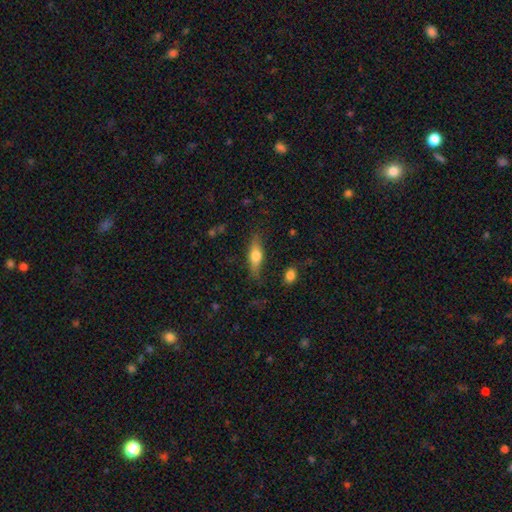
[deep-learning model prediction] The model was most divided on "how rounded": cigar-shaped: 51%, in between: 45%, round: 4%. More confident: merging — none (79%); smooth or featured — smooth (55%).